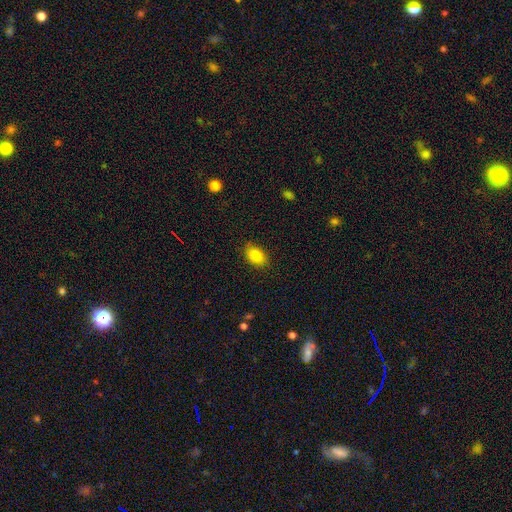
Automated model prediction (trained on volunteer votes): Morphology: type=smooth (85%); roundness=in between (82%); merging=none (83%).